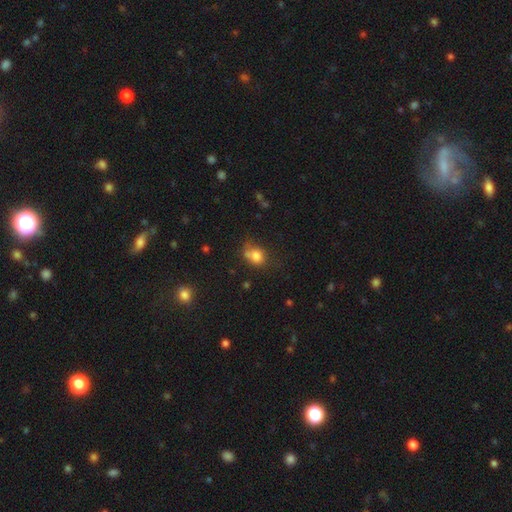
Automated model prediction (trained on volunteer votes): Smooth or featured? smooth (78%)
How rounded? round (51%)
Merging? none (45%)